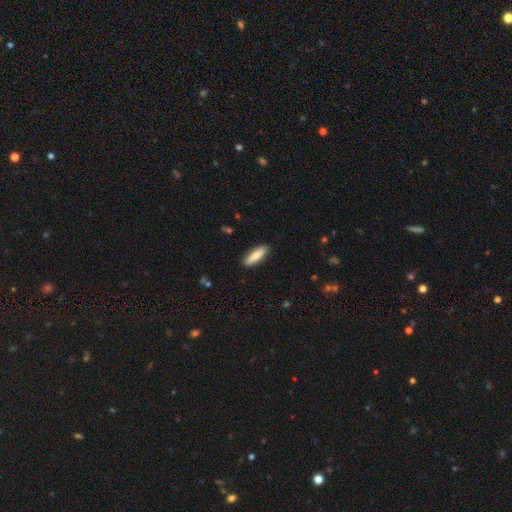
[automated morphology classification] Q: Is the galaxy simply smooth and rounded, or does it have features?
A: smooth — 73%.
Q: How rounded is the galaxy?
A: cigar-shaped — 60%.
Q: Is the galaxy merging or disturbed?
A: none — 89%.